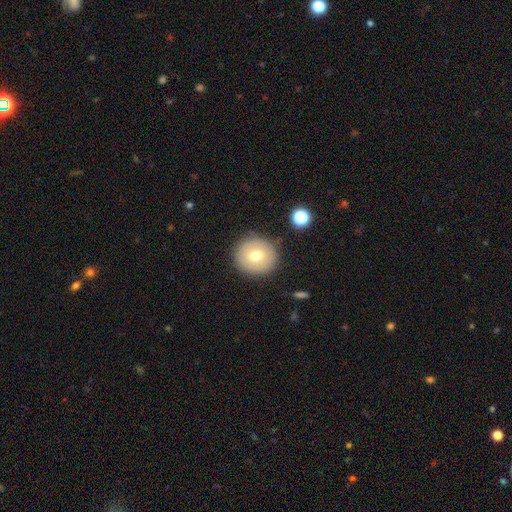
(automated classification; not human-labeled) Q: Smooth or featured?
A: smooth (69%); runner-up: featured or disk (22%)
Q: How rounded?
A: round (89%); runner-up: in between (10%)
Q: Merging?
A: none (83%); runner-up: minor disturbance (11%)